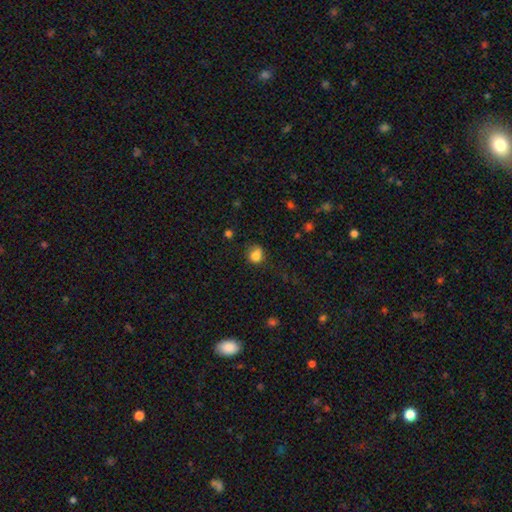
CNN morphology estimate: smooth_or_featured: smooth (p=0.82) [alt: star or artifact p=0.11]
how_rounded: round (p=0.66) [alt: in between p=0.33]
merging: none (p=0.55) [alt: minor disturbance p=0.30]